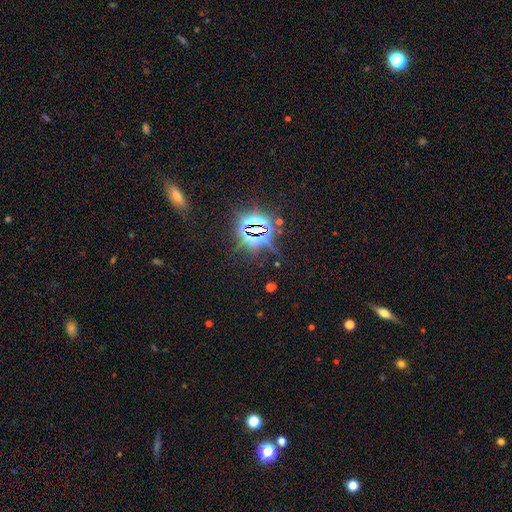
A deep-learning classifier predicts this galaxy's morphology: smooth-or-featured: star or artifact: 75% | smooth: 15% | featured or disk: 9%